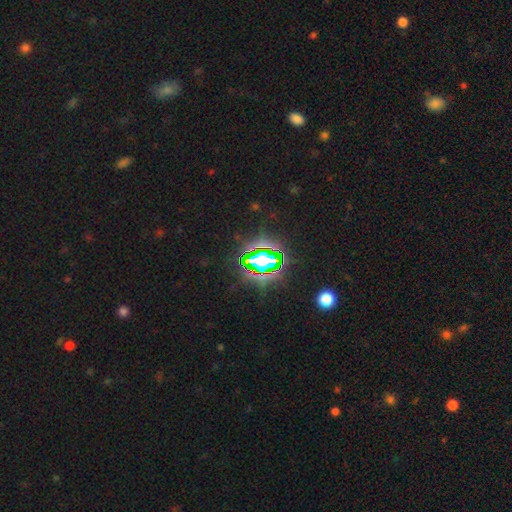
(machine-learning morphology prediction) smooth_or_featured: star or artifact (p=0.74) [alt: smooth p=0.15]